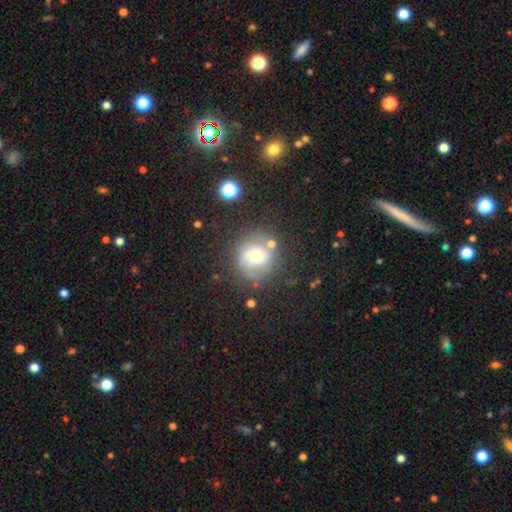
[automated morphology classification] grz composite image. It shows a featured or disk galaxy (51%). Merging: none (69%).